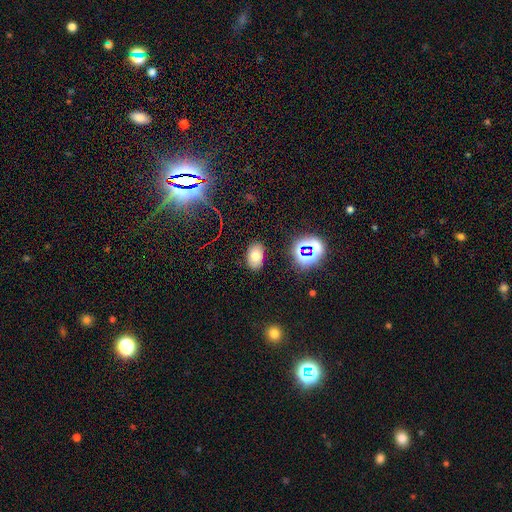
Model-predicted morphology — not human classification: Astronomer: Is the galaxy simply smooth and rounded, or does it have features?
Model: smooth — 71%.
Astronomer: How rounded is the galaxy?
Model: in between — 89%.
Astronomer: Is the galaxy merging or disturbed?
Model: none — 85%.